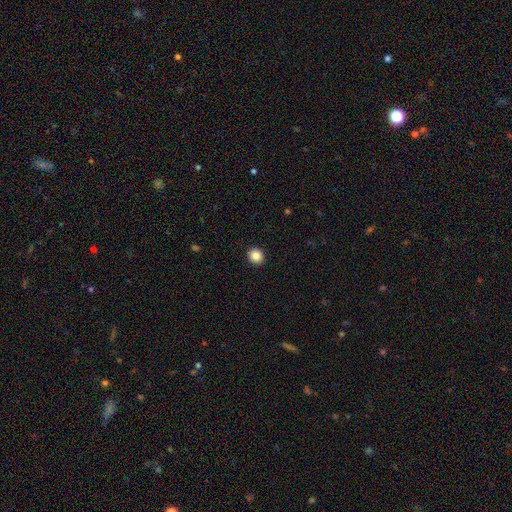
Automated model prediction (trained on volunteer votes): The model was most divided on "how rounded": round: 80%, in between: 19%, cigar-shaped: 1%. More confident: merging — none (93%); smooth or featured — smooth (86%).